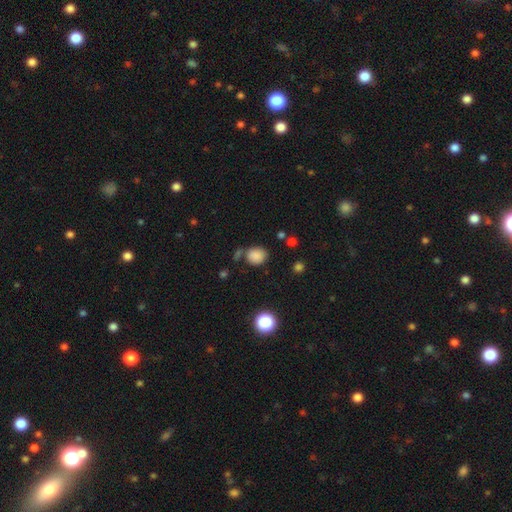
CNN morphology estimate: smooth-or-featured: smooth: 84% | star or artifact: 11% | featured or disk: 4%
  how-rounded: round: 63% | in between: 36% | cigar-shaped: 1%
  merging: none: 69% | minor disturbance: 16% | merger: 9% | major disturbance: 5%